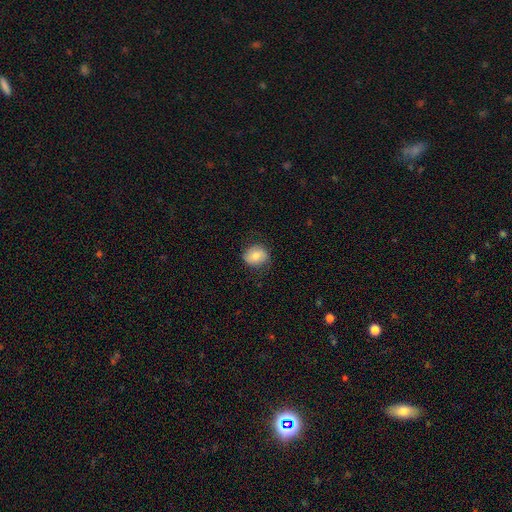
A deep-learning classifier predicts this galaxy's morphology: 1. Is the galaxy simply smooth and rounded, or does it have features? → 72% smooth, 20% featured or disk, 8% star or artifact.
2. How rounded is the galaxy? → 64% round, 35% in between, 1% cigar-shaped.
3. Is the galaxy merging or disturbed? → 77% none, 17% minor disturbance, 5% major disturbance, 1% merger.